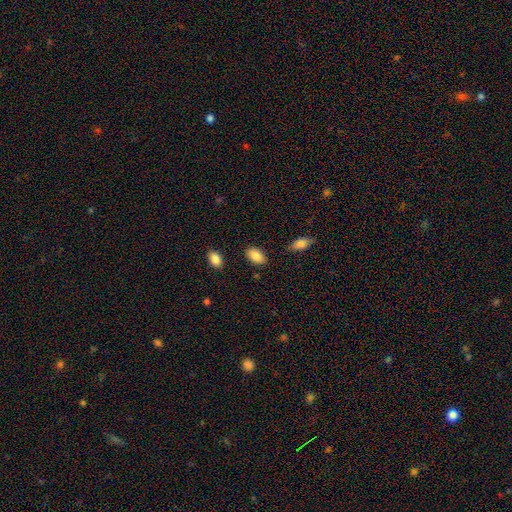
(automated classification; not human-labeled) smooth_or_featured: smooth (p=0.86) [alt: star or artifact p=0.07]
how_rounded: in between (p=0.91) [alt: round p=0.07]
merging: none (p=0.84) [alt: minor disturbance p=0.10]